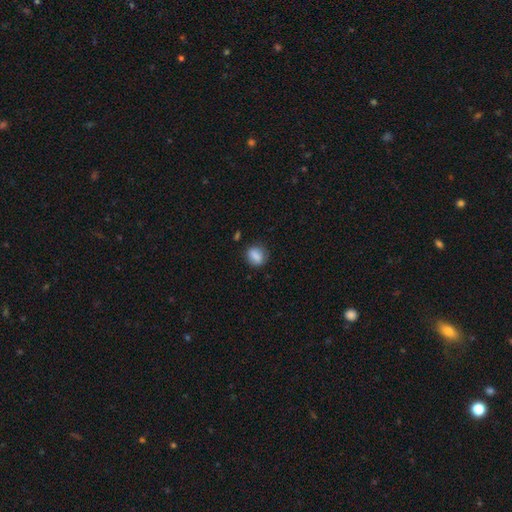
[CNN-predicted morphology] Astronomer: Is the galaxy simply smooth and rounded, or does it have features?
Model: smooth — 82%.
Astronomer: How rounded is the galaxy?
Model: round — 50% (runner-up: in between, 47%).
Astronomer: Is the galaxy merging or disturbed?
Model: none — 77%.